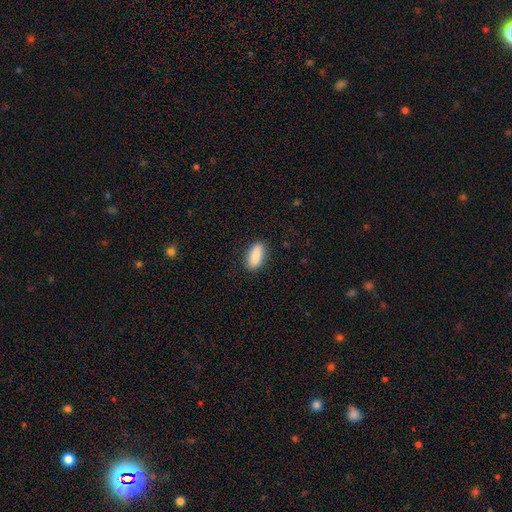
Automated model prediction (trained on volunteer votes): The model was most divided on "how rounded": in between: 83%, cigar-shaped: 13%, round: 3%. More confident: merging — none (87%); smooth or featured — smooth (86%).